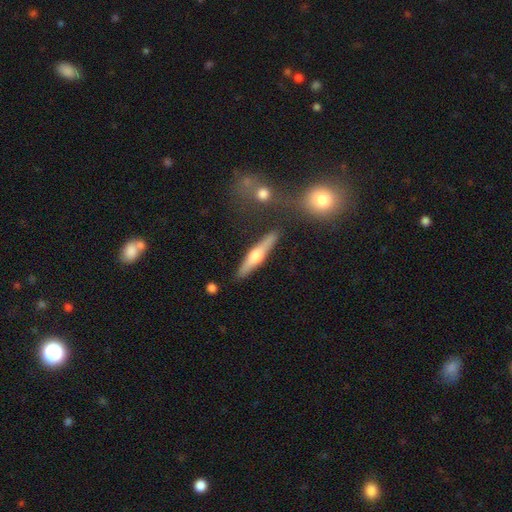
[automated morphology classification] Smooth or featured? Predicted: featured or disk (p=0.58). Edge-on disk? Predicted: yes (p=0.95). Edge-on bulge? Predicted: rounded (p=0.91). Merging? Predicted: none (p=0.86).